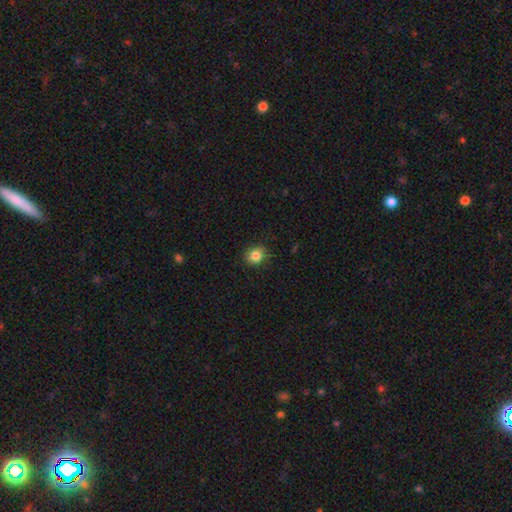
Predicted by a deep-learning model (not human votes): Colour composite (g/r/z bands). It shows a smooth galaxy with no disk features (85%) that is round (71%). Merging: none (85%).